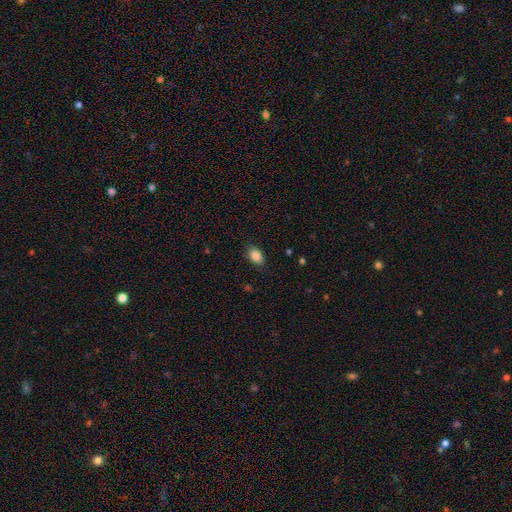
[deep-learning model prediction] Overall: smooth (88%). How rounded: in between (87%). Merging: none (85%).